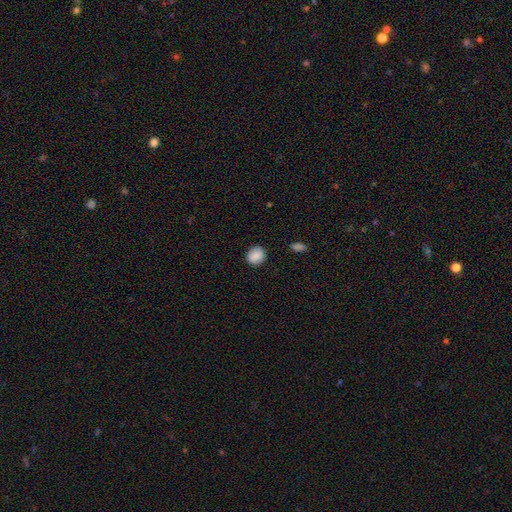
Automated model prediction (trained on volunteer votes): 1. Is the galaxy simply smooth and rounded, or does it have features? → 88% smooth, 8% star or artifact, 4% featured or disk.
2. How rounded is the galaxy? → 74% round, 25% in between, 1% cigar-shaped.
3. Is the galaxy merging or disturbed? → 87% none, 9% minor disturbance, 2% major disturbance, 1% merger.